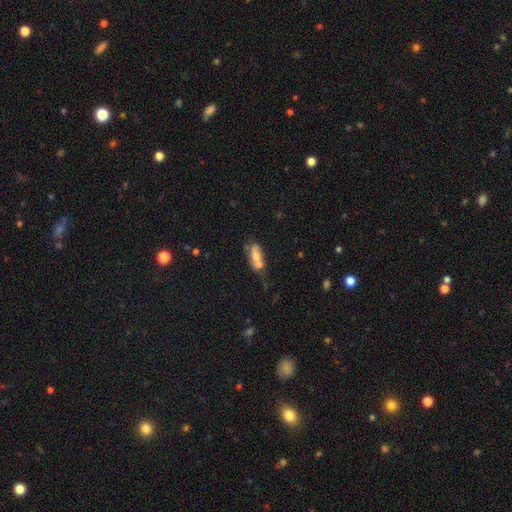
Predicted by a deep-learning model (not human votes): Smooth or featured?
  - smooth: 61% *
  - featured or disk: 30%
  - star or artifact: 9%
How rounded?
  - in between: 73% *
  - cigar-shaped: 22%
  - round: 5%
Merging?
  - merger: 39% *
  - none: 34%
  - minor disturbance: 17%
  - major disturbance: 9%